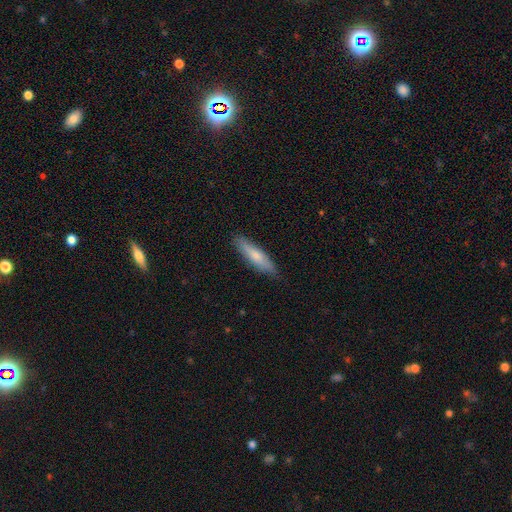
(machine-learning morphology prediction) smooth-or-featured: smooth: 70% | featured or disk: 25% | star or artifact: 6%
  how-rounded: cigar-shaped: 78% | in between: 21% | round: 1%
  merging: none: 84% | minor disturbance: 12% | major disturbance: 2% | merger: 1%